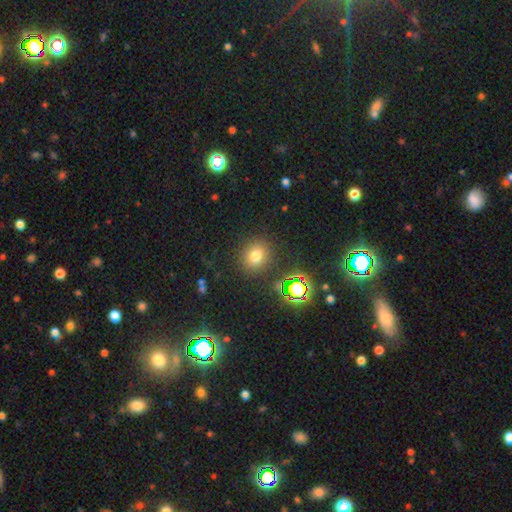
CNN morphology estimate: The model was most divided on "smooth or featured": smooth: 71%, star or artifact: 21%, featured or disk: 8%. More confident: merging — none (86%); how rounded — round (75%).